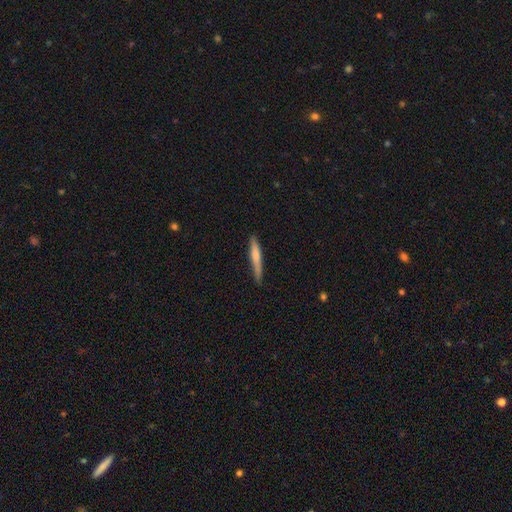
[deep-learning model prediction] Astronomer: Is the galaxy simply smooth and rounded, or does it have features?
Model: smooth — 65%.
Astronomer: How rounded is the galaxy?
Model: cigar-shaped — 94%.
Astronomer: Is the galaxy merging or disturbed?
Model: none — 83%.